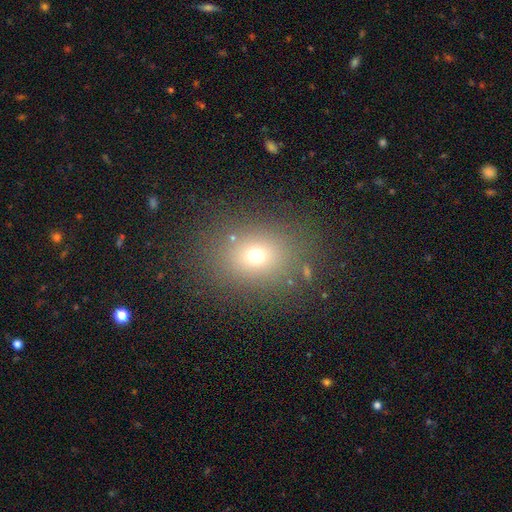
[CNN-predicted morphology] The model was most divided on "how rounded": round: 55%, in between: 44%, cigar-shaped: 1%. More confident: merging — none (83%); smooth or featured — smooth (68%).